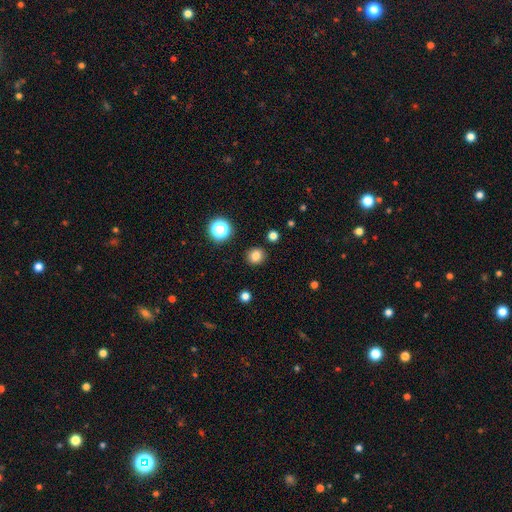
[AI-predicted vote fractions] Overall: smooth (81%). How rounded: round (83%). Merging: none (89%).